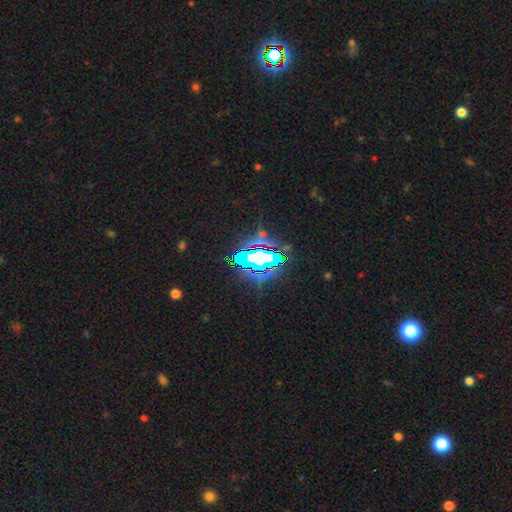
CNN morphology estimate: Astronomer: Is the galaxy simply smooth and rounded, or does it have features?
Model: star or artifact — 67%.